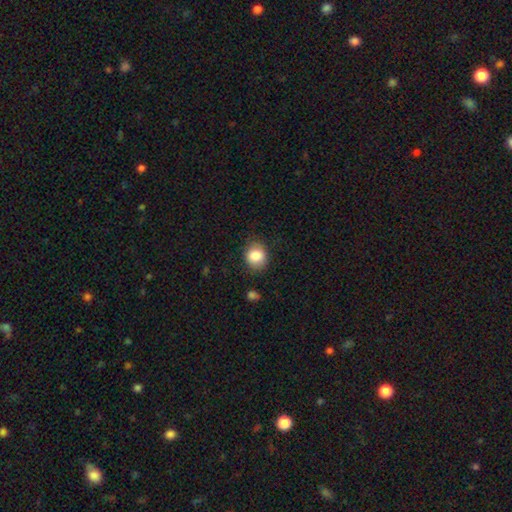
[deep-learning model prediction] This appears to be a smooth galaxy with no disk features (85%) that is round (71%). Merging: none (79%).